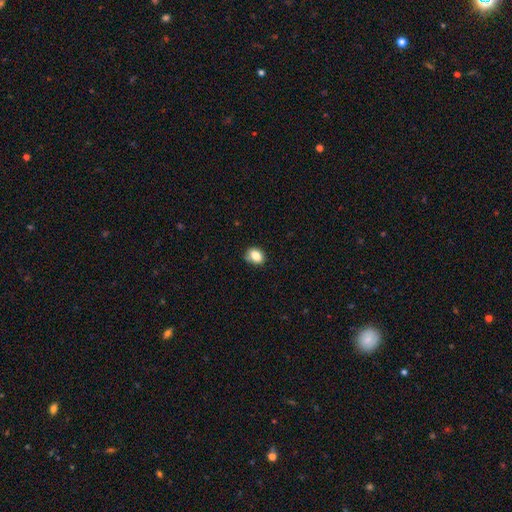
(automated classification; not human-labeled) Smooth or featured?
  - smooth: 82% *
  - star or artifact: 10%
  - featured or disk: 8%
How rounded?
  - in between: 62% *
  - round: 37%
  - cigar-shaped: 1%
Merging?
  - none: 75% *
  - minor disturbance: 18%
  - major disturbance: 3%
  - merger: 3%